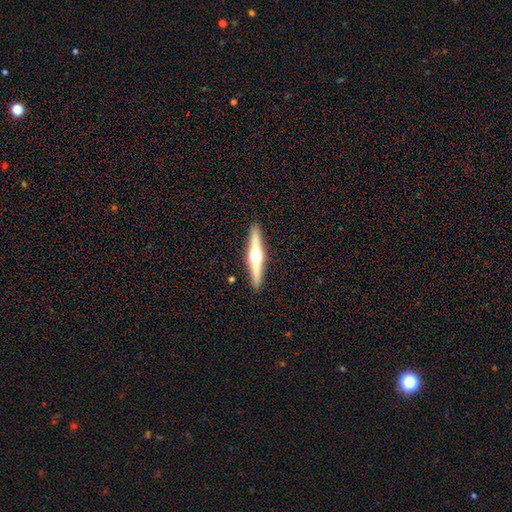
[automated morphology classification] Smooth or featured?
  - featured or disk: 74% *
  - smooth: 21%
  - star or artifact: 5%
Edge-on disk?
  - yes: 98% *
  - no: 2%
Edge-on bulge?
  - rounded: 95% *
  - boxy: 3%
  - none: 2%
Merging?
  - none: 92% *
  - minor disturbance: 6%
  - major disturbance: 1%
  - merger: 1%